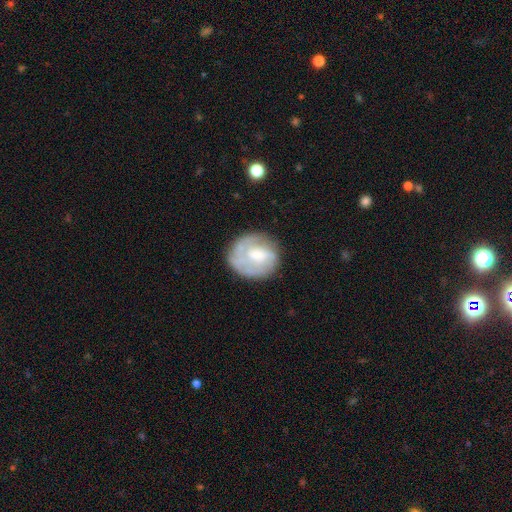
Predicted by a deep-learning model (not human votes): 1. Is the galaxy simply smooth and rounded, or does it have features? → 58% featured or disk, 36% smooth, 6% star or artifact.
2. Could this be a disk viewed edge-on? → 98% no, 2% yes.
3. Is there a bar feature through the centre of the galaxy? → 57% no, 36% weak, 8% strong.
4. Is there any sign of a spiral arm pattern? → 72% yes, 28% no.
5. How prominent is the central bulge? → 45% moderate, 33% small, 11% none, 9% large, 2% dominant.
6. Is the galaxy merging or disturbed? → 68% none, 20% minor disturbance, 11% major disturbance, 2% merger.